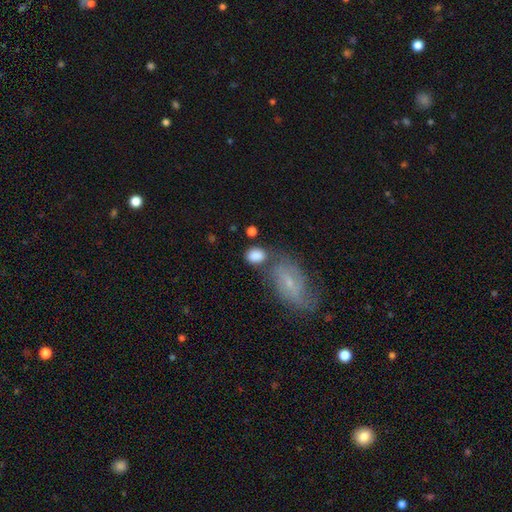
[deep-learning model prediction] smooth_or_featured: smooth (p=0.82) [alt: featured or disk p=0.12]
how_rounded: in between (p=0.66) [alt: round p=0.32]
merging: none (p=0.55) [alt: merger p=0.20]